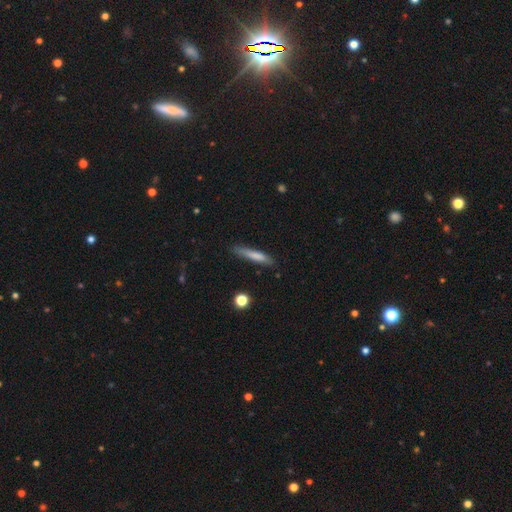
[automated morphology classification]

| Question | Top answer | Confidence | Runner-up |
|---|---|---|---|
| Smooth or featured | smooth | 75% | featured or disk (19%) |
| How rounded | cigar-shaped | 91% | in between (7%) |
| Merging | none | 79% | minor disturbance (16%) |